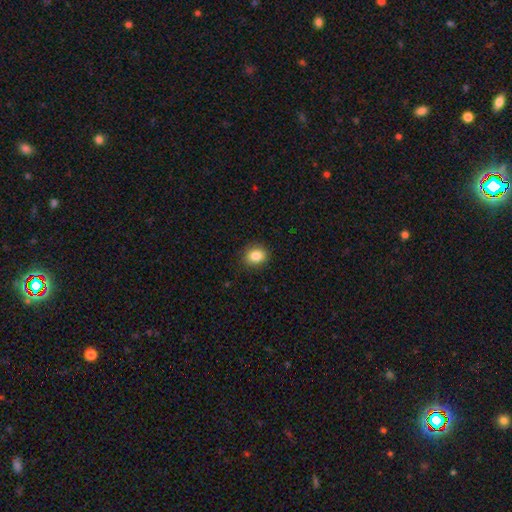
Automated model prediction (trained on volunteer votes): smooth_or_featured: smooth (p=0.85) [alt: star or artifact p=0.09]
how_rounded: round (p=0.64) [alt: in between p=0.35]
merging: none (p=0.88) [alt: minor disturbance p=0.09]